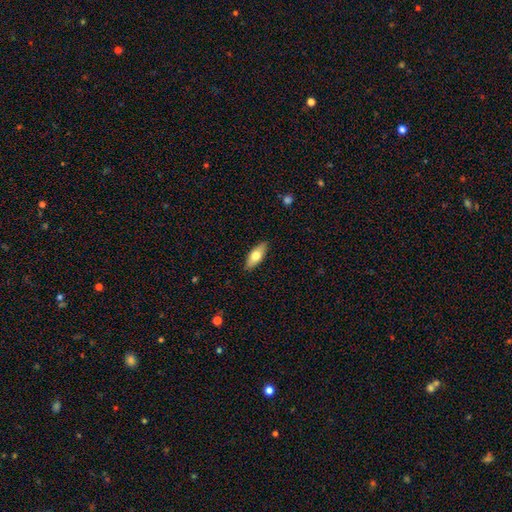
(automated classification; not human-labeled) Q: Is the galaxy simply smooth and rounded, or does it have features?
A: smooth — 68%.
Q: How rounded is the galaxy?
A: in between — 78%.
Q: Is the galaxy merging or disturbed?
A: none — 88%.